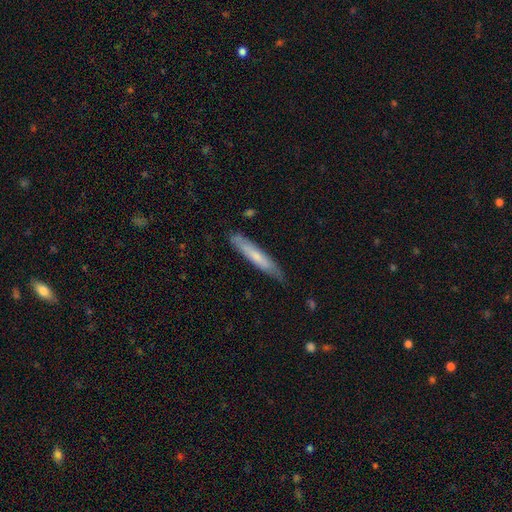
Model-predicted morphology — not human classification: type=smooth (63%); roundness=cigar-shaped (93%); merging=none (81%).